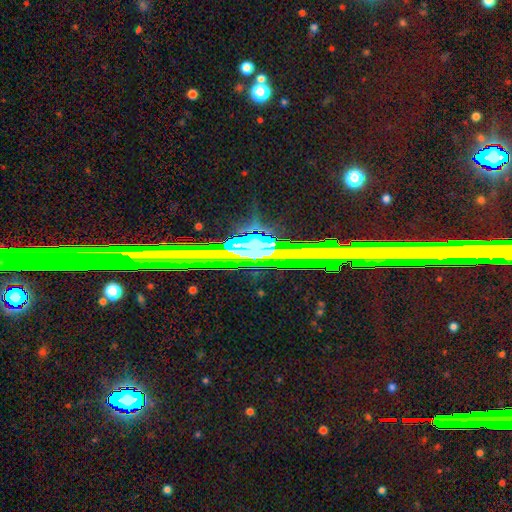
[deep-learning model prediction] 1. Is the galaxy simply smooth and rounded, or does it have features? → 65% star or artifact, 21% featured or disk, 14% smooth.